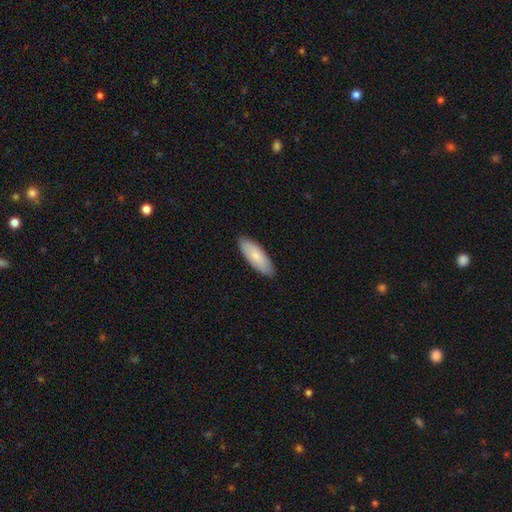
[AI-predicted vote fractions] The model was most divided on "how rounded": in between: 70%, cigar-shaped: 28%, round: 2%. More confident: merging — none (88%); smooth or featured — smooth (78%).